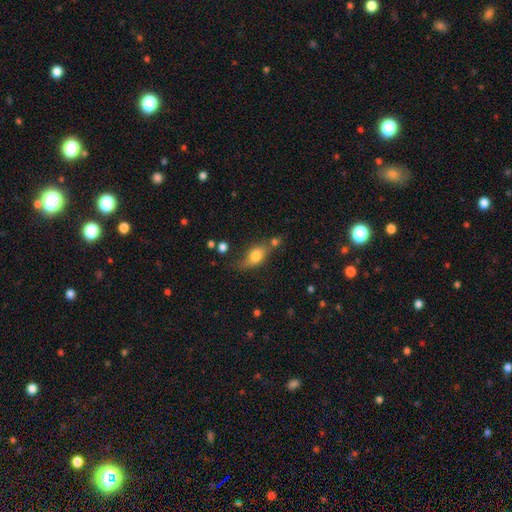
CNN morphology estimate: Smooth or featured? Predicted: smooth (p=0.69). How rounded? Predicted: in between (p=0.75). Merging? Predicted: none (p=0.52).